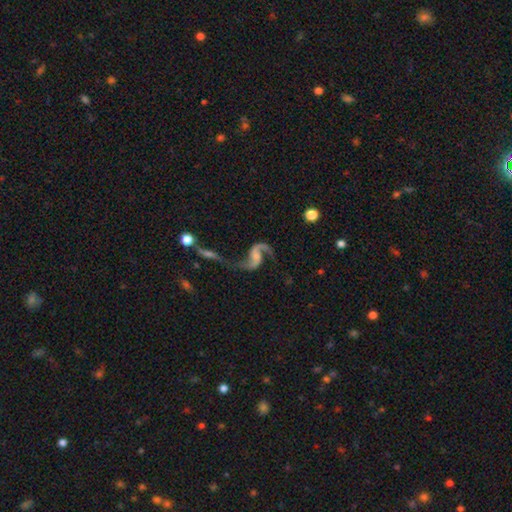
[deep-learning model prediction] A featured or disk galaxy (90%) with no bar (50%), 2 (91%) loose (80%) spiral arms (97%) and no central bulge (46%).

Vote fractions:
- Smooth or featured? featured or disk: 90% / smooth: 5% / star or artifact: 5%
- Edge-on disk? no: 98% / yes: 2%
- Bar? no: 50% / weak: 38% / strong: 12%
- Spiral arms? yes: 97% / no: 3%
- Spiral winding? loose: 80% / medium: 17% / tight: 3%
- Spiral arm count? 2: 91% / 1: 5% / can't tell: 1% / 3: 1% / 4: 1% / more than 4: 1%
- Bulge size? none: 46% / small: 25% / moderate: 20% / large: 7% / dominant: 2%
- Merging? none: 47% / merger: 22% / major disturbance: 16% / minor disturbance: 15%